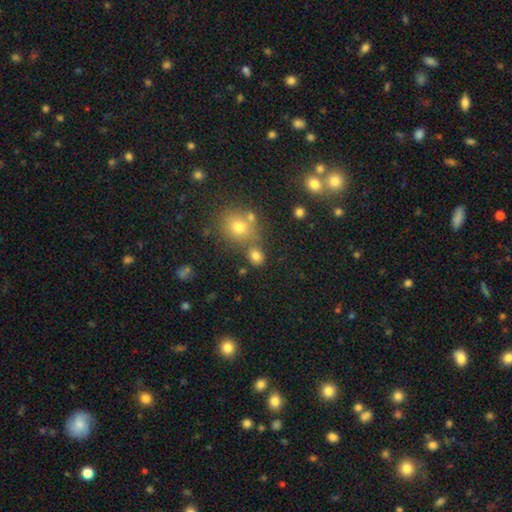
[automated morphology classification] type=smooth (78%); roundness=round (66%); merging=none (68%).